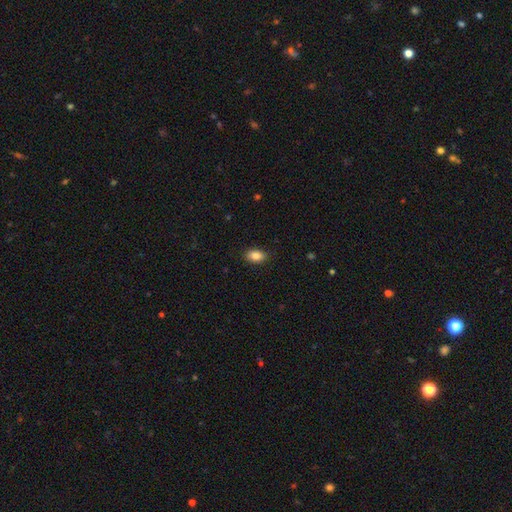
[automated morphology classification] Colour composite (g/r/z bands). It shows a smooth galaxy with no disk features (86%) that is in between round and cigar-shaped (87%). Merging: none (88%).